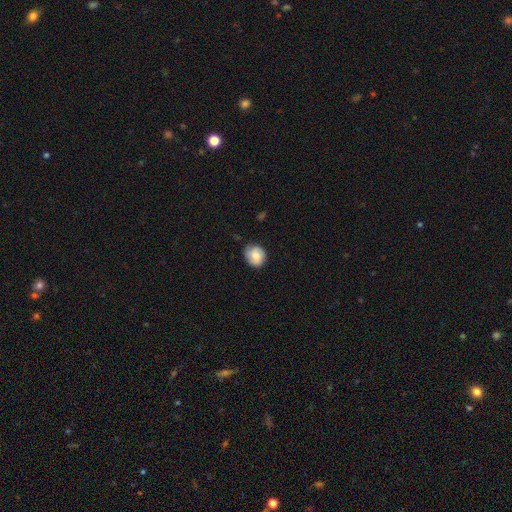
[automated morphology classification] Smooth or featured? Predicted: smooth (p=0.66). How rounded? Predicted: round (p=0.74). Merging? Predicted: none (p=0.75).